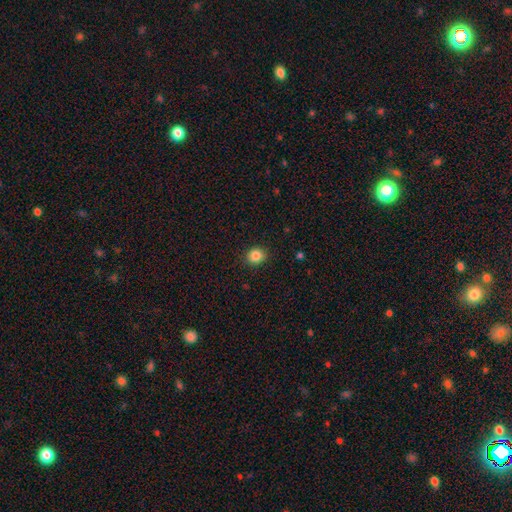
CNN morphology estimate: Smooth or featured: smooth — 85% (star or artifact — 11%)
How rounded: round — 80% (in between — 19%)
Merging: none — 90% (minor disturbance — 7%)